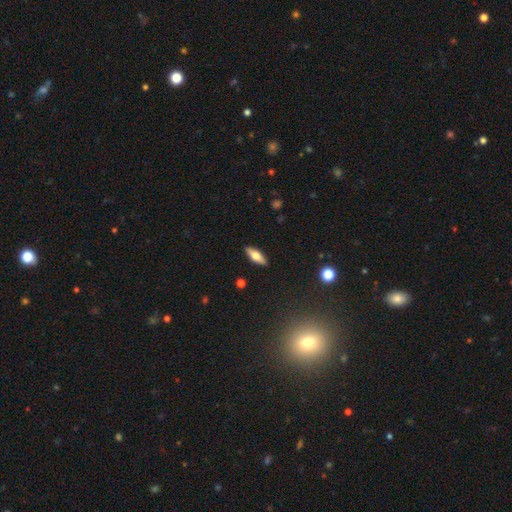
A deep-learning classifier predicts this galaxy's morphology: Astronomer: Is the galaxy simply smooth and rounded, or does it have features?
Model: smooth — 55% (runner-up: featured or disk, 39%).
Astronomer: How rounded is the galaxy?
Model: in between — 54% (runner-up: cigar-shaped, 44%).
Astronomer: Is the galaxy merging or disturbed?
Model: none — 89%.